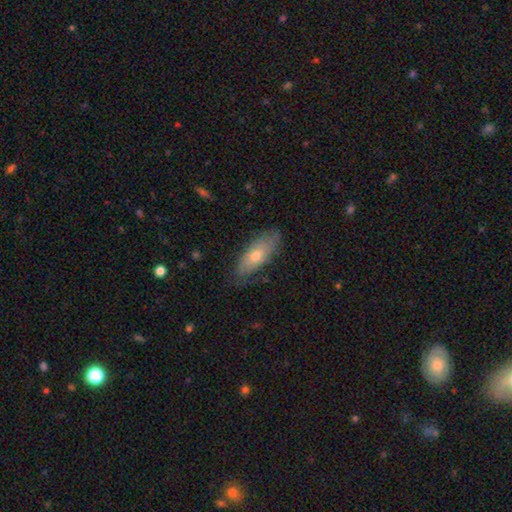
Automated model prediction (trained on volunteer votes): Smooth or featured? smooth (55%)
How rounded? in between (75%)
Merging? none (74%)